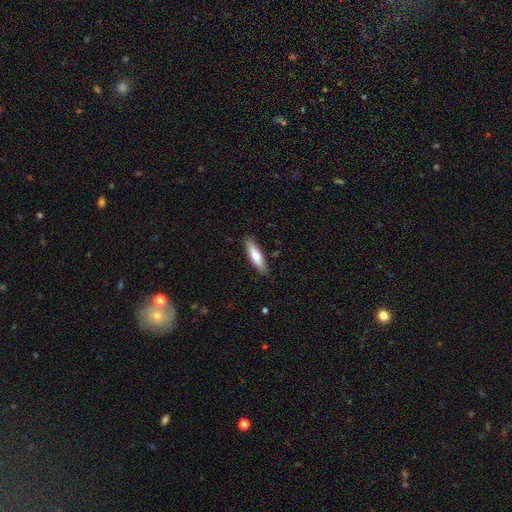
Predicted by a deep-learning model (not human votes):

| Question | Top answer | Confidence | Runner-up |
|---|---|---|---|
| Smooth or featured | smooth | 71% | featured or disk (24%) |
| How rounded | cigar-shaped | 65% | in between (34%) |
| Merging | none | 87% | minor disturbance (10%) |